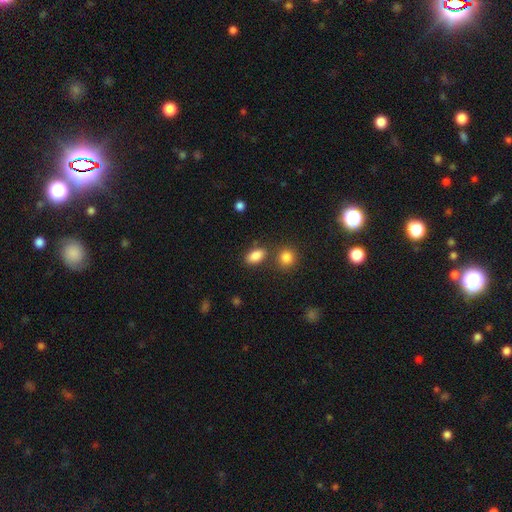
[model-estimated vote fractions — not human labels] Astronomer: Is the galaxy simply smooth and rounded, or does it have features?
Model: smooth — 86%.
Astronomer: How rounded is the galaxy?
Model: in between — 88%.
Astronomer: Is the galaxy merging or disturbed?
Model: none — 73%.